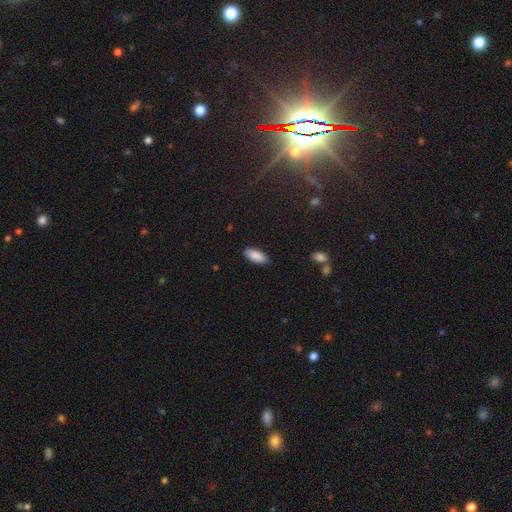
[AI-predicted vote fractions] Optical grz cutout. It shows a smooth galaxy with no disk features (89%) that is in between round and cigar-shaped (81%). Merging: none (87%).